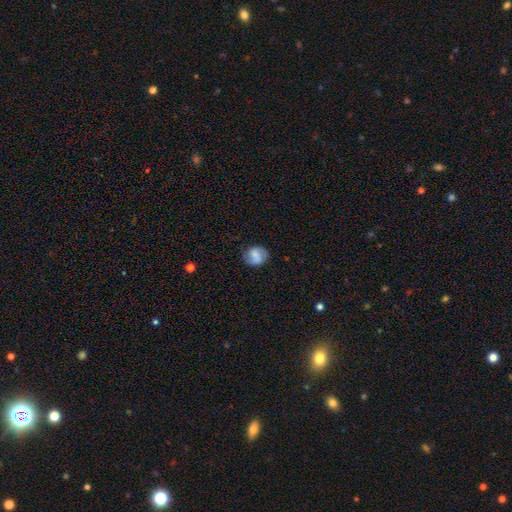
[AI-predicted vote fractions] Overall: smooth (62%; featured or disk 29%). How rounded: round (67%; in between 32%). Merging: none (74%).